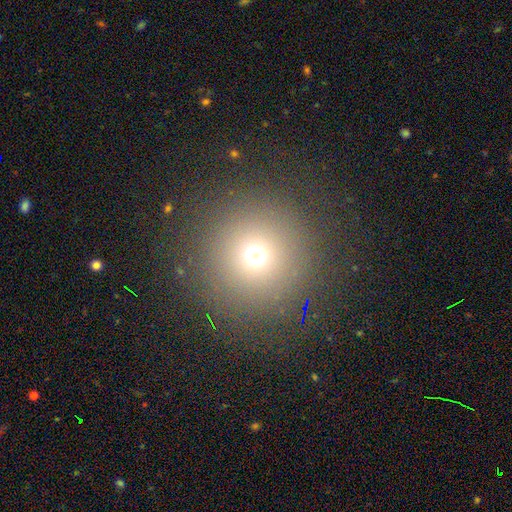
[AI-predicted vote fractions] Smooth or featured? Predicted: smooth (p=0.69). How rounded? Predicted: round (p=0.96). Merging? Predicted: none (p=0.88).